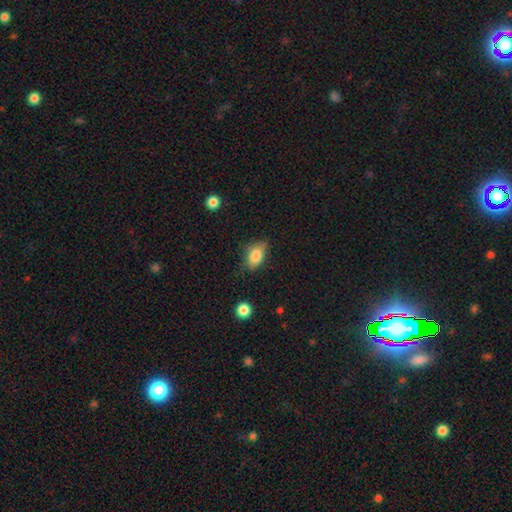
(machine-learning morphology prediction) smooth 80%, featured or disk 11%, star or artifact 9%. Down the decision tree: how rounded — in between (85%); merging — none (66%).